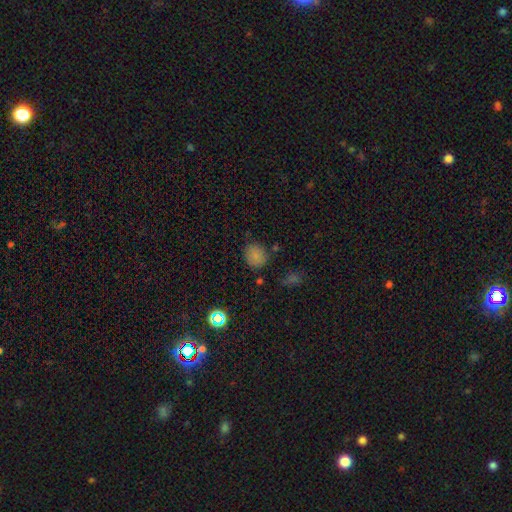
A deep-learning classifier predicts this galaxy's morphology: Smooth or featured: smooth — 79% (star or artifact — 14%)
How rounded: round — 78% (in between — 21%)
Merging: none — 78% (minor disturbance — 14%)